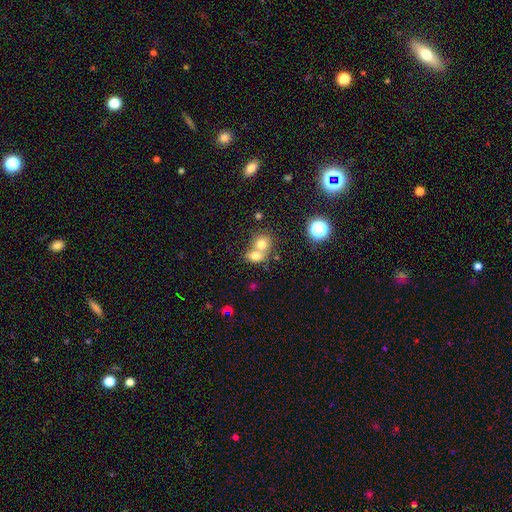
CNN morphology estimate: type=smooth (74%); roundness=in between (51%); merging=merger (64%).